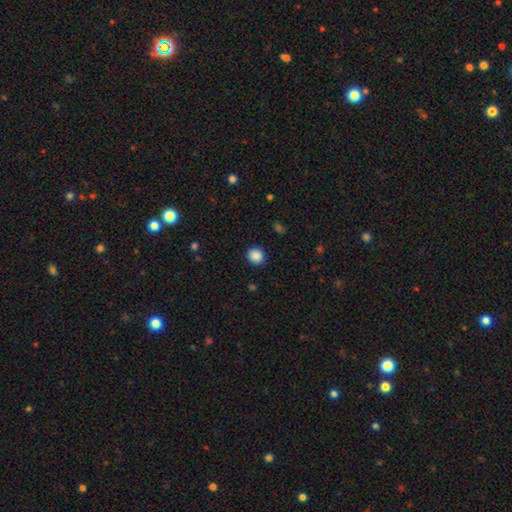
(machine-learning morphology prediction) Smooth or featured?
  - smooth: 88% *
  - star or artifact: 9%
  - featured or disk: 3%
How rounded?
  - round: 85% *
  - in between: 14%
  - cigar-shaped: 1%
Merging?
  - none: 90% *
  - minor disturbance: 6%
  - major disturbance: 2%
  - merger: 1%